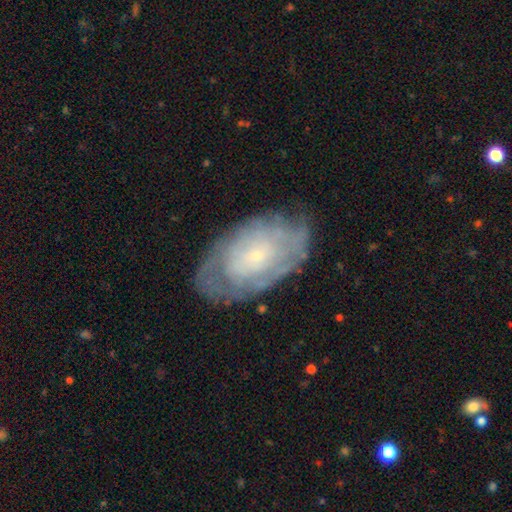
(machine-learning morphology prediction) A featured or disk galaxy (67%) with no bar (82%), spiral arms (67%) and a small central bulge (84%).

Vote fractions:
- Smooth or featured? featured or disk: 67% / smooth: 26% / star or artifact: 7%
- Edge-on disk? no: 94% / yes: 6%
- Bar? no: 82% / weak: 15% / strong: 3%
- Spiral arms? yes: 67% / no: 33%
- Bulge size? small: 84% / moderate: 11% / none: 2% / large: 1% / dominant: 1%
- Merging? none: 72% / minor disturbance: 20% / major disturbance: 7% / merger: 2%